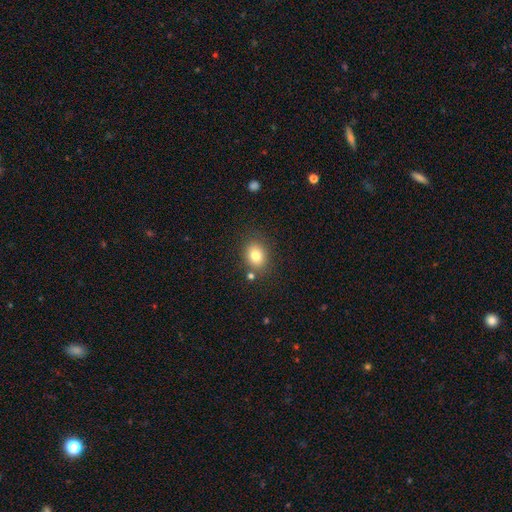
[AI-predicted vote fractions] Q: Smooth or featured?
A: smooth (80%); runner-up: star or artifact (11%)
Q: How rounded?
A: in between (50%); runner-up: round (49%)
Q: Merging?
A: none (78%); runner-up: minor disturbance (12%)